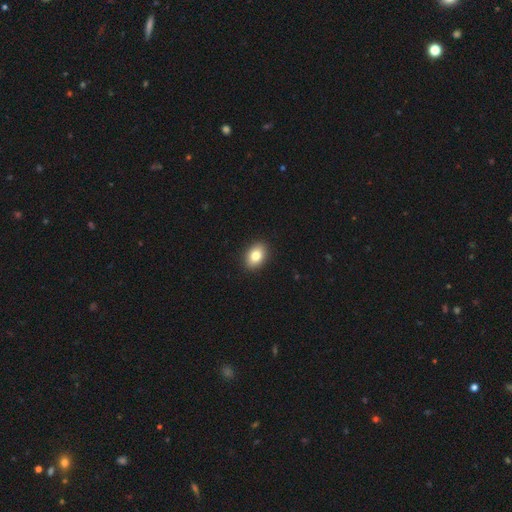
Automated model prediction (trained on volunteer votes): smooth_or_featured: smooth (p=0.83) [alt: featured or disk p=0.09]
how_rounded: in between (p=0.82) [alt: round p=0.17]
merging: none (p=0.91) [alt: minor disturbance p=0.06]